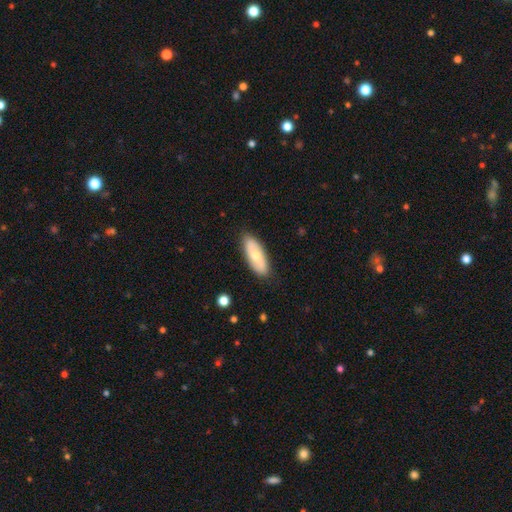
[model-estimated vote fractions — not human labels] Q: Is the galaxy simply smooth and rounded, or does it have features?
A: smooth — 57%.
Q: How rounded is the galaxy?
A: in between — 73%.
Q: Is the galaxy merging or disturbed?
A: none — 86%.